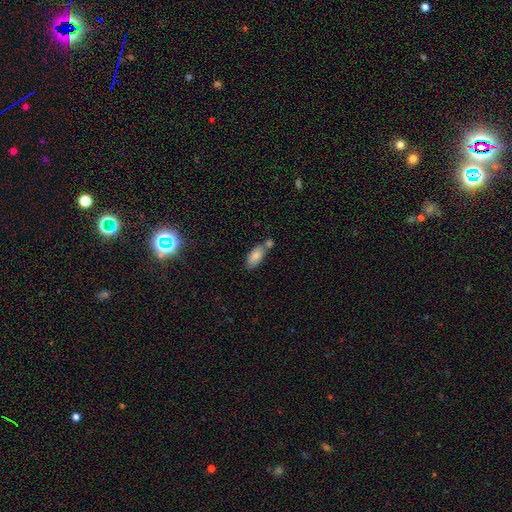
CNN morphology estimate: A smooth galaxy with no disk features (81%) that is in between round and cigar-shaped (89%).

Vote fractions:
- Smooth or featured? smooth: 81% / featured or disk: 12% / star or artifact: 8%
- How rounded? in between: 89% / cigar-shaped: 8% / round: 3%
- Merging? none: 45% / merger: 36% / minor disturbance: 15% / major disturbance: 4%